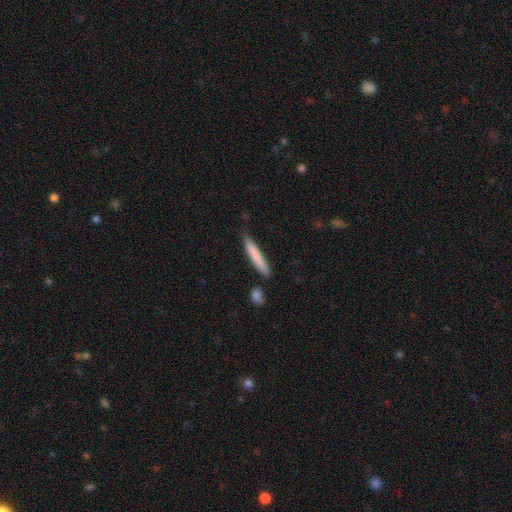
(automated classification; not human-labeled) The model was most divided on "smooth or featured": smooth: 79%, featured or disk: 16%, star or artifact: 6%. More confident: how rounded — cigar-shaped (94%); merging — none (81%).